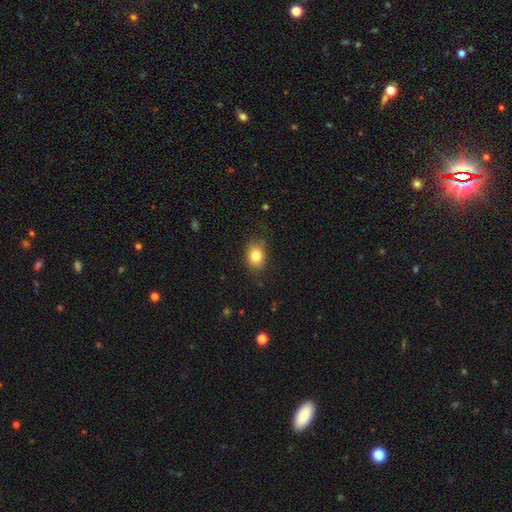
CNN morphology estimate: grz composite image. It shows a smooth galaxy with no disk features (82%) that is in between round and cigar-shaped (56%). Merging: none (78%).